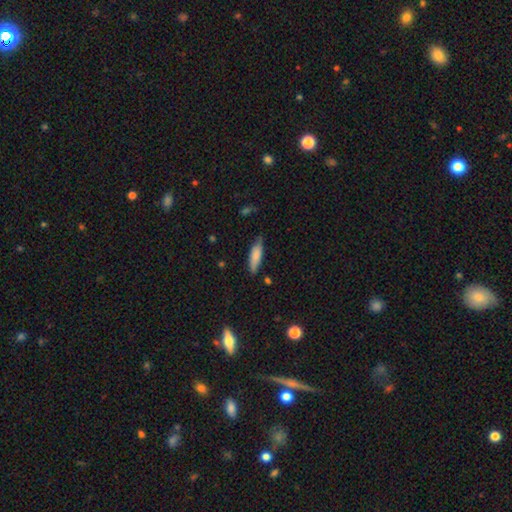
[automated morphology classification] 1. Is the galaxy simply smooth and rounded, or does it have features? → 78% smooth, 16% featured or disk, 6% star or artifact.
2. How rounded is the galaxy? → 53% cigar-shaped, 46% in between, 2% round.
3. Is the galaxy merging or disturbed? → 73% none, 22% minor disturbance, 3% major disturbance, 2% merger.